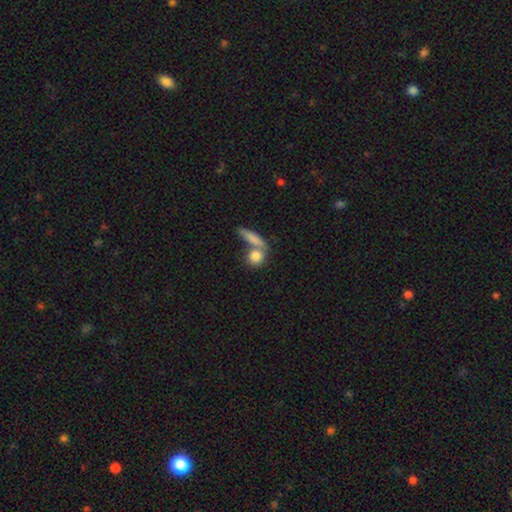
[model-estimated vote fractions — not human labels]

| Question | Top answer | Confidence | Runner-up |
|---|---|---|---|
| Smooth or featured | smooth | 81% | featured or disk (11%) |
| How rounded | round | 66% | in between (22%) |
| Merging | none | 52% | merger (33%) |